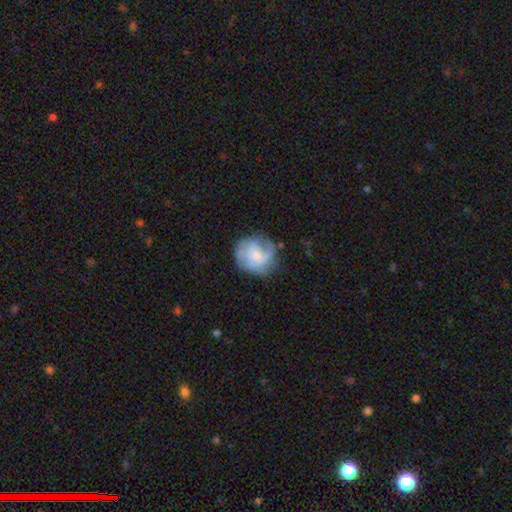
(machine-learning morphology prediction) Smooth or featured: featured or disk — 58% (smooth — 35%)
Edge-on disk: no — 98% (yes — 2%)
Bar: no — 73% (weak — 23%)
Spiral arms: yes — 79% (no — 21%)
Bulge size: small — 48% (moderate — 35%)
Merging: none — 64% (minor disturbance — 22%)